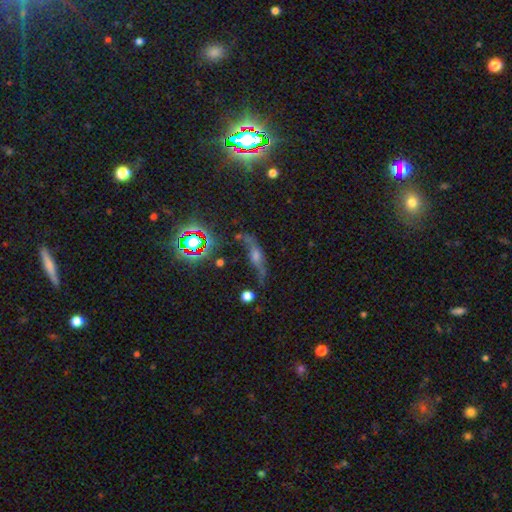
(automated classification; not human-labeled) Smooth or featured?
  - featured or disk: 50% *
  - star or artifact: 29%
  - smooth: 21%
Merging?
  - none: 52% *
  - minor disturbance: 22%
  - major disturbance: 19%
  - merger: 7%